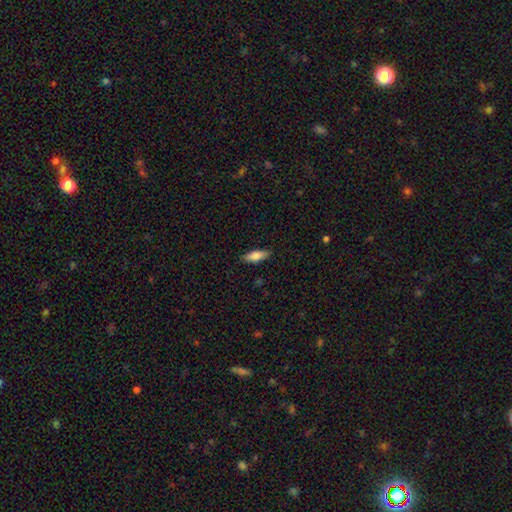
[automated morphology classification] This is likely a smooth galaxy (77%). How rounded: likely in between (61%). Merging: clearly none (87%).